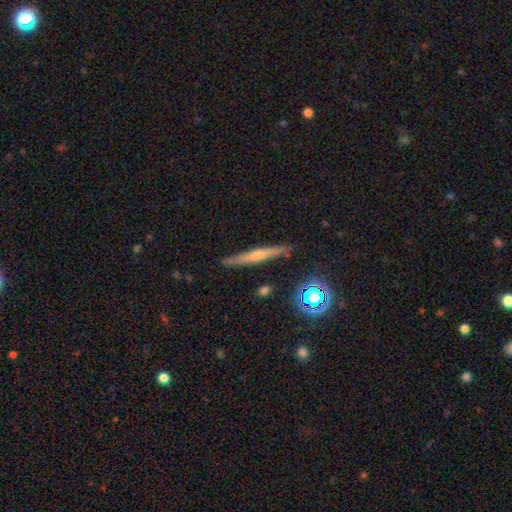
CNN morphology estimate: Smooth or featured?
  - featured or disk: 51% *
  - smooth: 37%
  - star or artifact: 12%
Edge-on disk?
  - yes: 94% *
  - no: 6%
Merging?
  - none: 87% *
  - minor disturbance: 9%
  - major disturbance: 2%
  - merger: 2%